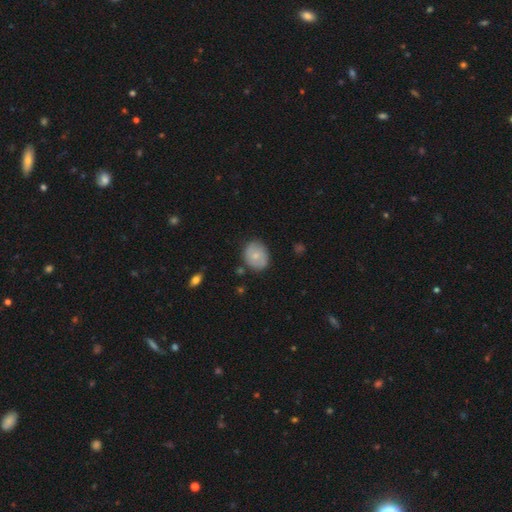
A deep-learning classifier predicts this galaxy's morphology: smooth_or_featured: smooth (p=0.66) [alt: featured or disk p=0.27]
how_rounded: round (p=0.54) [alt: in between p=0.45]
merging: none (p=0.77) [alt: minor disturbance p=0.17]